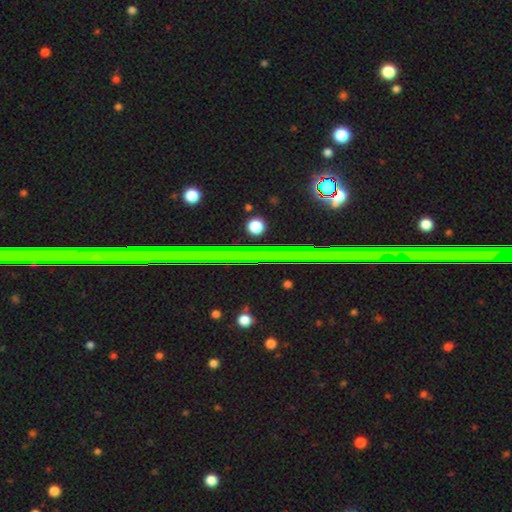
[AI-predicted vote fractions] star or artifact 80%, featured or disk 12%, smooth 7%.